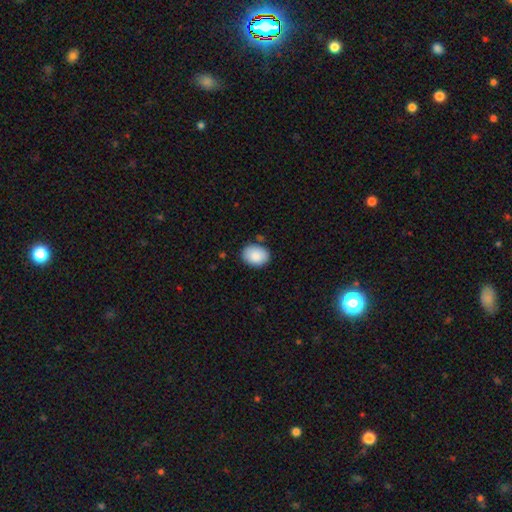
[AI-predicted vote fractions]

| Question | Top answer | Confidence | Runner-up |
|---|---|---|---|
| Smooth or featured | smooth | 88% | star or artifact (7%) |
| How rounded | in between | 70% | round (29%) |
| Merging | none | 82% | minor disturbance (13%) |